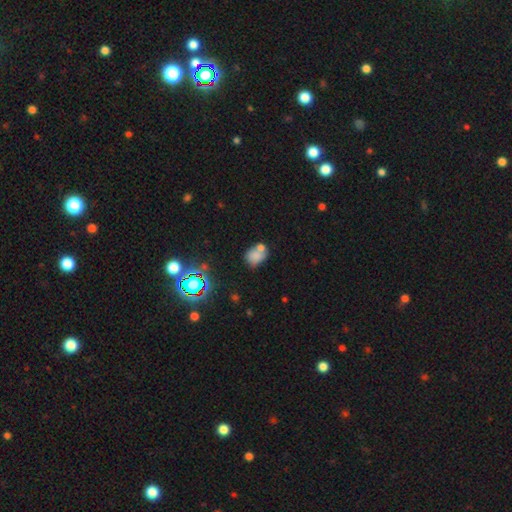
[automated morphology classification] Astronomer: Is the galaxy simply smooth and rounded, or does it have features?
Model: smooth — 72%.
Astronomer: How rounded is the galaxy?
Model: in between — 51% (runner-up: round, 47%).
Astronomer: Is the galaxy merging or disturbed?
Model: none — 41% (runner-up: merger, 38%).